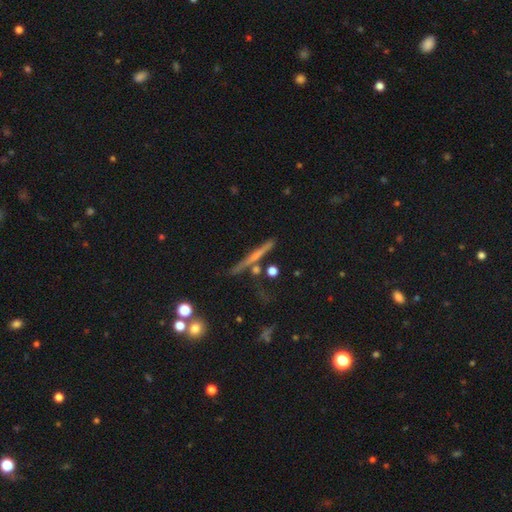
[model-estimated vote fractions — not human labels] Overall: featured or disk (51%; smooth 40%). Edge-on disk: yes (95%). Merging: none (76%).